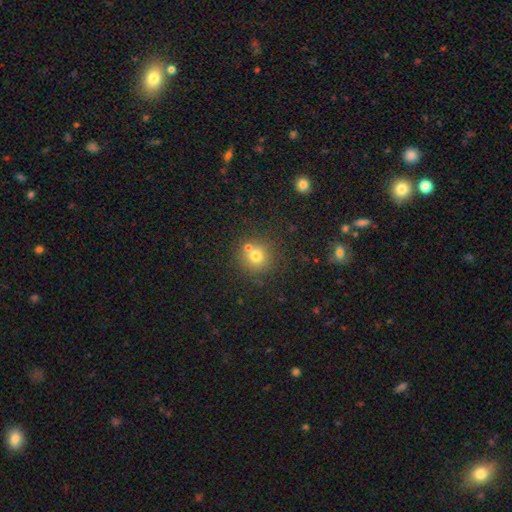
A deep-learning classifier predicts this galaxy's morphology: Smooth or featured? smooth (72%)
How rounded? round (92%)
Merging? none (68%)